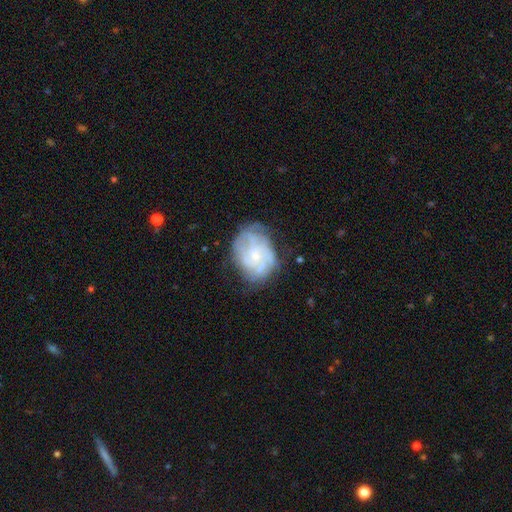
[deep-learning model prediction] The model was most divided on "spiral winding": tight: 57%, medium: 33%, loose: 11%. Remaining: edge-on disk — no (98%); spiral arms — yes (85%); bar — no (75%); smooth or featured — featured or disk (74%); bulge size — small (68%); merging — none (61%); spiral arm count — can't tell (45%).